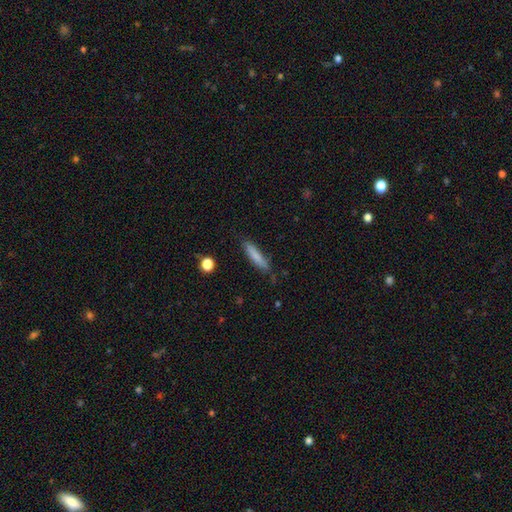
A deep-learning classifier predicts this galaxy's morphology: Overall: smooth (79%). How rounded: cigar-shaped (83%). Merging: none (79%).